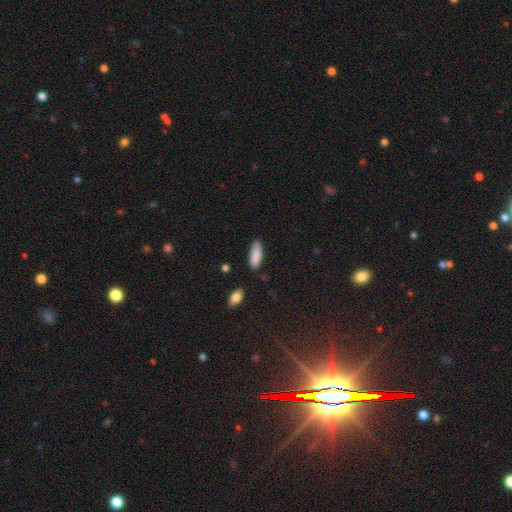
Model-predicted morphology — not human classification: type=smooth (88%); roundness=in between (61%); merging=none (81%).